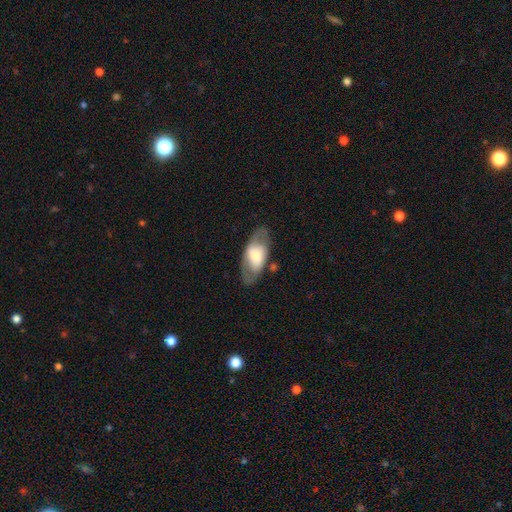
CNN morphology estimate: Smooth or featured? Predicted: smooth (p=0.50). Merging? Predicted: none (p=0.74).